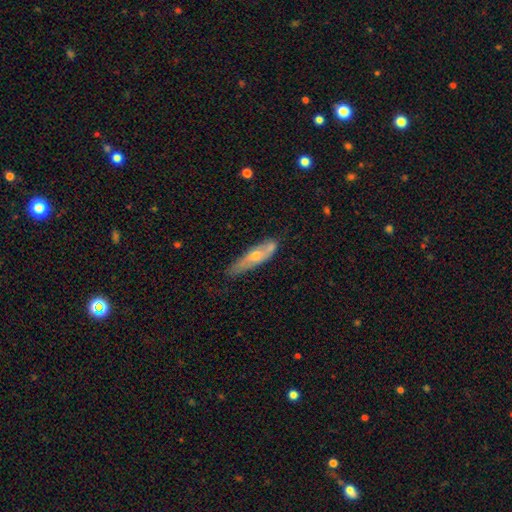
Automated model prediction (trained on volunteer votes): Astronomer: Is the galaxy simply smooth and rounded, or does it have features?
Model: smooth — 48% (runner-up: featured or disk, 47%).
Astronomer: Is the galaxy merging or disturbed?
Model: none — 59%.